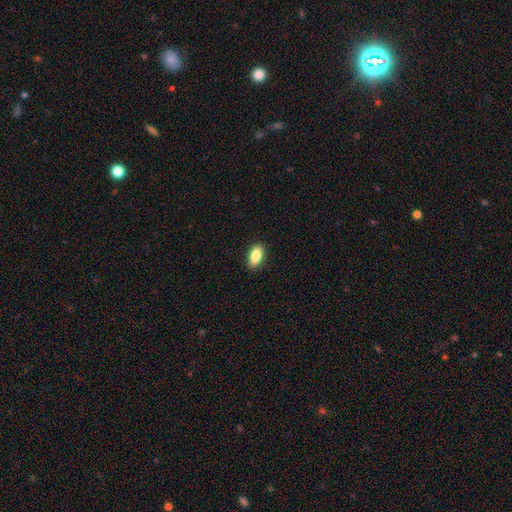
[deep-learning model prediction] smooth_or_featured: smooth (p=0.86) [alt: star or artifact p=0.07]
how_rounded: in between (p=0.88) [alt: cigar-shaped p=0.08]
merging: none (p=0.88) [alt: minor disturbance p=0.09]